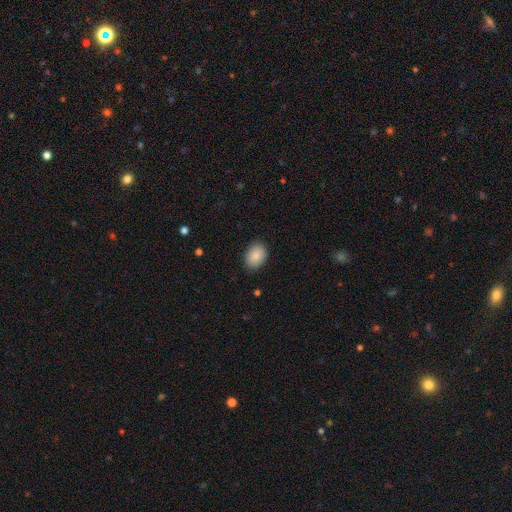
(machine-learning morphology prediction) A smooth galaxy with no disk features (87%) that is in between round and cigar-shaped (73%). Merging: none (86%).